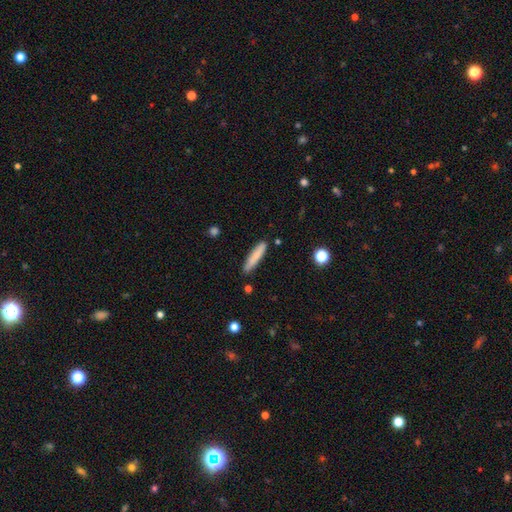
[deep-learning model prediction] Smooth or featured: smooth — 76% (featured or disk — 17%)
How rounded: cigar-shaped — 87% (in between — 12%)
Merging: none — 85% (minor disturbance — 11%)